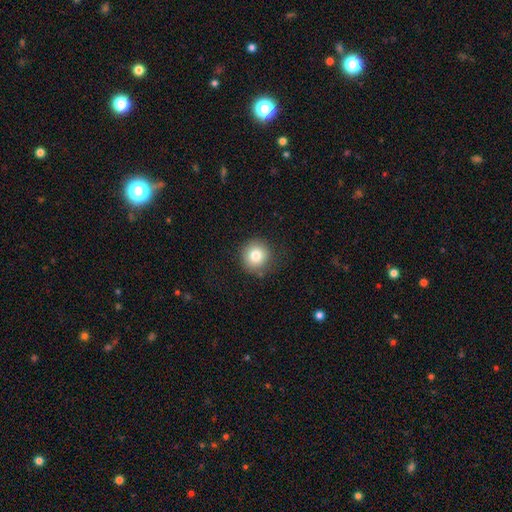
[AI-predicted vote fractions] smooth-or-featured: smooth: 79% | star or artifact: 11% | featured or disk: 10%
  how-rounded: round: 93% | in between: 6% | cigar-shaped: 1%
  merging: none: 83% | minor disturbance: 12% | major disturbance: 4% | merger: 2%